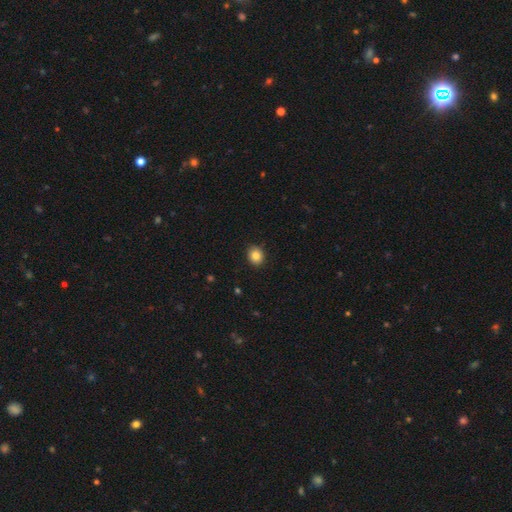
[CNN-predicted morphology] This appears to be a smooth galaxy with no disk features (85%) that is round (69%). Merging: none (90%).